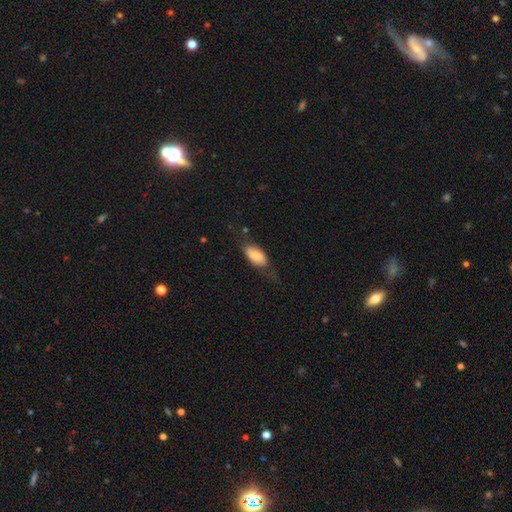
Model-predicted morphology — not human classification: This is likely a smooth galaxy (79%). How rounded: clearly in between (89%). Merging: possibly none (51%).